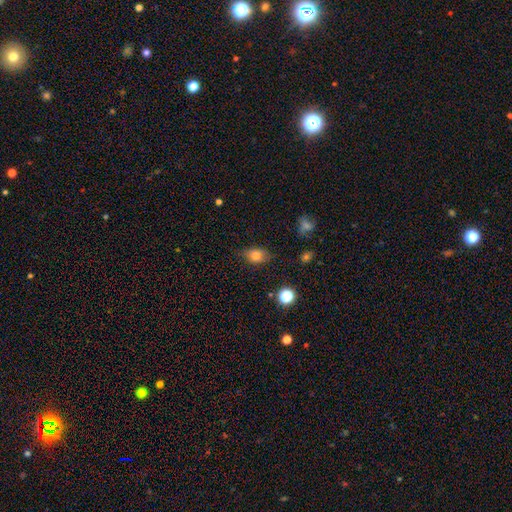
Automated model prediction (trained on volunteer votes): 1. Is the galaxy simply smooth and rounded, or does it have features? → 78% smooth, 11% star or artifact, 10% featured or disk.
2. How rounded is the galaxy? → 78% in between, 20% round, 3% cigar-shaped.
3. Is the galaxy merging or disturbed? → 74% none, 20% minor disturbance, 5% major disturbance, 2% merger.